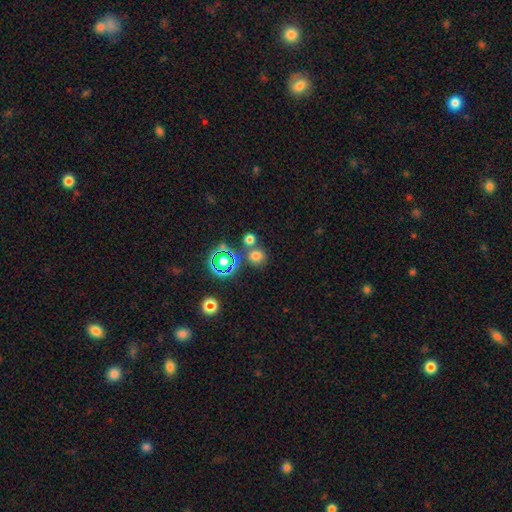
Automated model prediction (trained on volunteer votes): Overall: smooth (66%). How rounded: round (77%). Merging: none (62%; merger 24%).